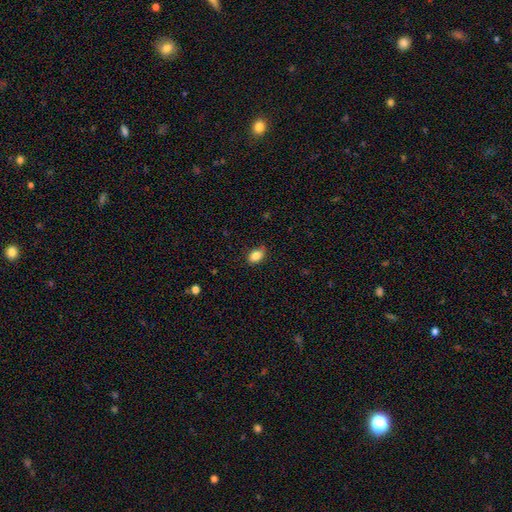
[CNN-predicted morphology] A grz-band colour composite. It shows a smooth galaxy with no disk features (86%) that is in between round and cigar-shaped (83%). Merging: none (79%).